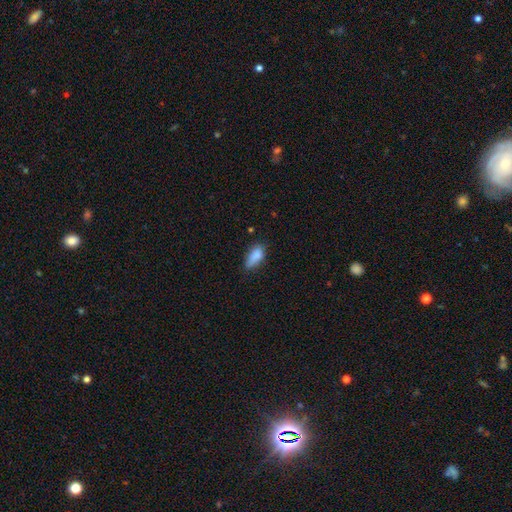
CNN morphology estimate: type=smooth (84%); roundness=in between (86%); merging=none (55%).